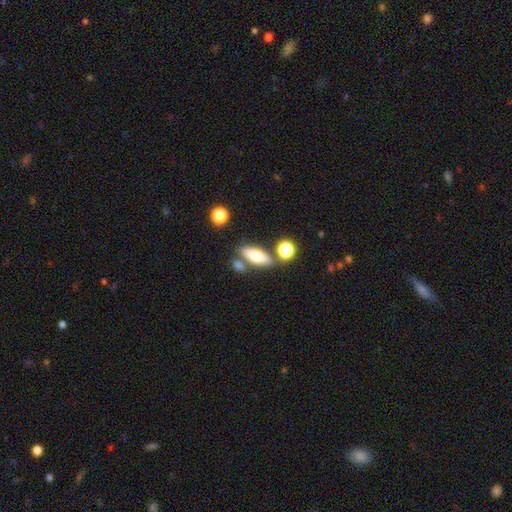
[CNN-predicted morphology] Smooth or featured?
  - smooth: 71% *
  - featured or disk: 21%
  - star or artifact: 8%
How rounded?
  - in between: 69% *
  - cigar-shaped: 27%
  - round: 5%
Merging?
  - none: 68% *
  - merger: 15%
  - minor disturbance: 13%
  - major disturbance: 4%